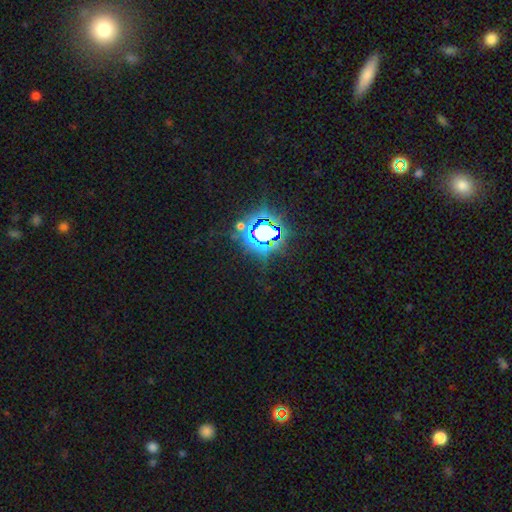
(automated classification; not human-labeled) A star or artifact, not a galaxy (80%).

Vote fractions:
- Smooth or featured? star or artifact: 80% / smooth: 13% / featured or disk: 7%